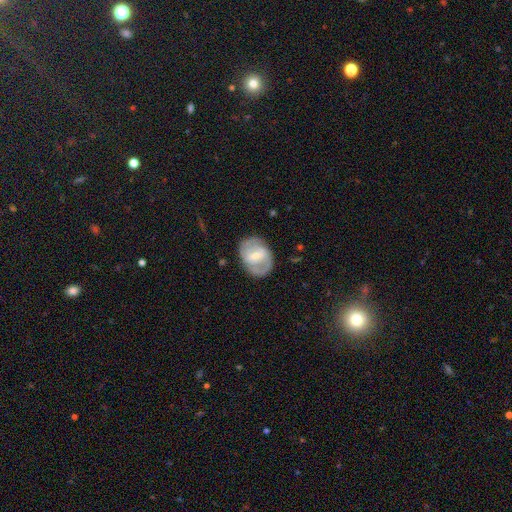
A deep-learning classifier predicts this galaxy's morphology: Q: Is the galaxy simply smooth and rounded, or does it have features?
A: featured or disk — 76%.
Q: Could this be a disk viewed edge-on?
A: no — 97%.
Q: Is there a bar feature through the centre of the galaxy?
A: weak — 50%.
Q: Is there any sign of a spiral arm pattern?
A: yes — 85%.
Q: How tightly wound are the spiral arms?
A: medium — 45%.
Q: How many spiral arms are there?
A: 2 — 75%.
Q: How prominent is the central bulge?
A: small — 50%.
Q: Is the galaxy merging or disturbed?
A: none — 76%.